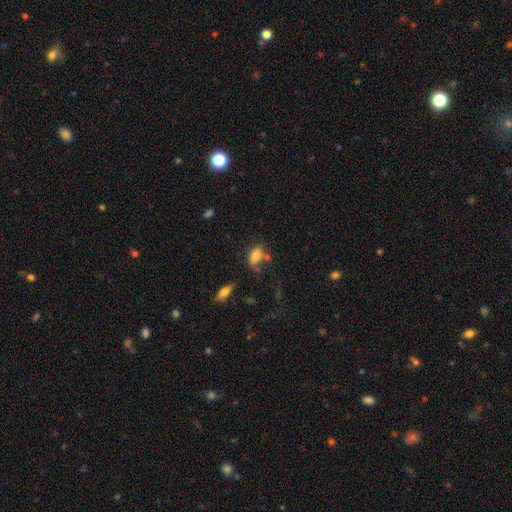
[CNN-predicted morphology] Smooth or featured? smooth (79%)
How rounded? in between (86%)
Merging? none (47%)